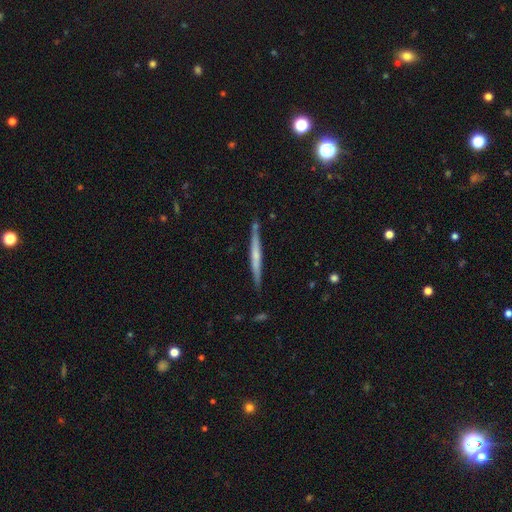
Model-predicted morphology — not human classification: Smooth or featured: featured or disk — 56% (smooth — 39%)
Edge-on disk: yes — 97% (no — 3%)
Edge-on bulge: none — 57% (rounded — 35%)
Merging: none — 85% (minor disturbance — 11%)